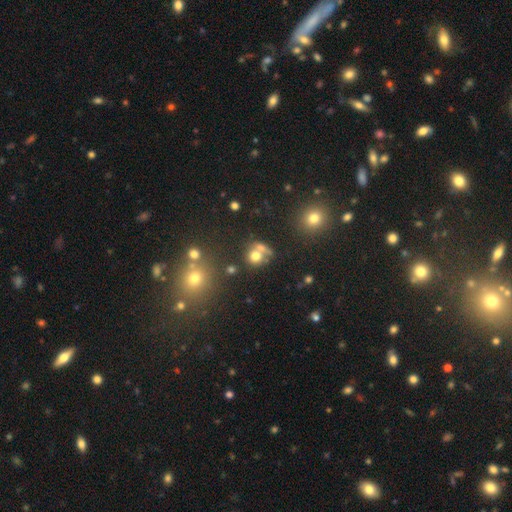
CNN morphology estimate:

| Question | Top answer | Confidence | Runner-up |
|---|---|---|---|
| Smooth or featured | smooth | 69% | star or artifact (18%) |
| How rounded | round | 82% | in between (17%) |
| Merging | none | 46% | merger (36%) |